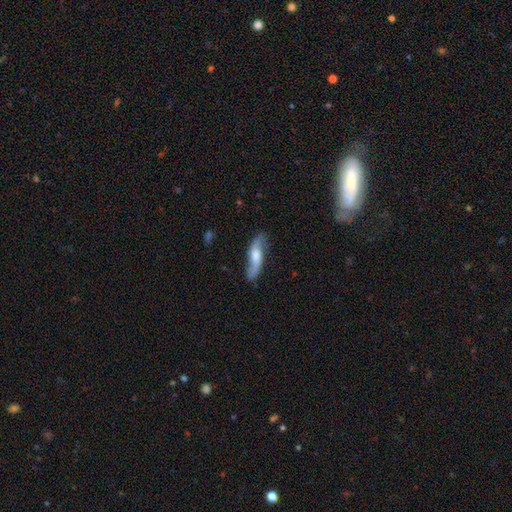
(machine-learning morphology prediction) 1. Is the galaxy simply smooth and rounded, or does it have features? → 64% featured or disk, 31% smooth, 6% star or artifact.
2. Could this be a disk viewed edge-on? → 75% no, 25% yes.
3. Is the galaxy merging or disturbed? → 76% none, 17% minor disturbance, 5% major disturbance, 2% merger.